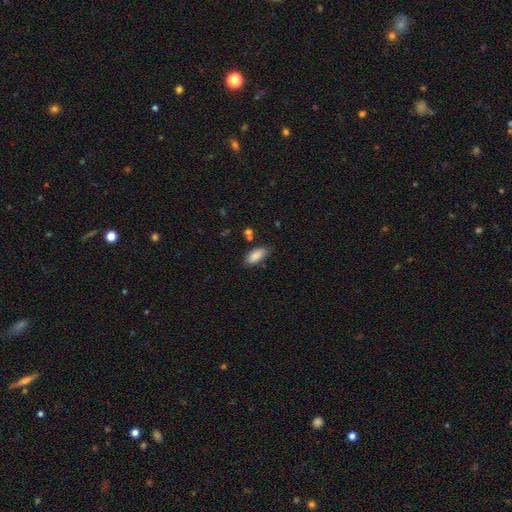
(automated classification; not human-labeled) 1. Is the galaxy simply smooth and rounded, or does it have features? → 87% smooth, 7% star or artifact, 6% featured or disk.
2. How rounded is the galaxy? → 90% in between, 8% cigar-shaped, 2% round.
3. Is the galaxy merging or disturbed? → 70% none, 22% minor disturbance, 4% merger, 4% major disturbance.